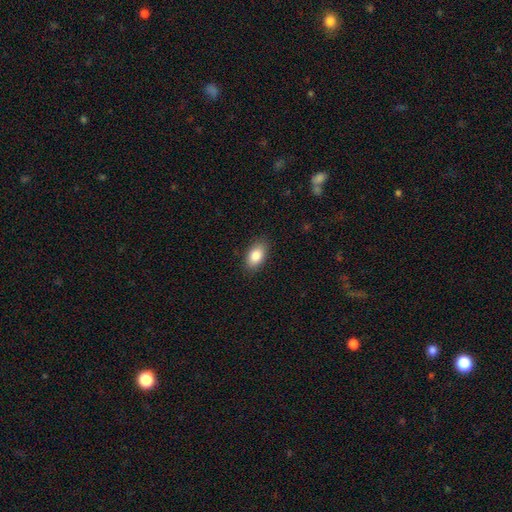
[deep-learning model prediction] smooth_or_featured: smooth (p=0.86) [alt: star or artifact p=0.07]
how_rounded: in between (p=0.91) [alt: round p=0.07]
merging: none (p=0.87) [alt: minor disturbance p=0.10]